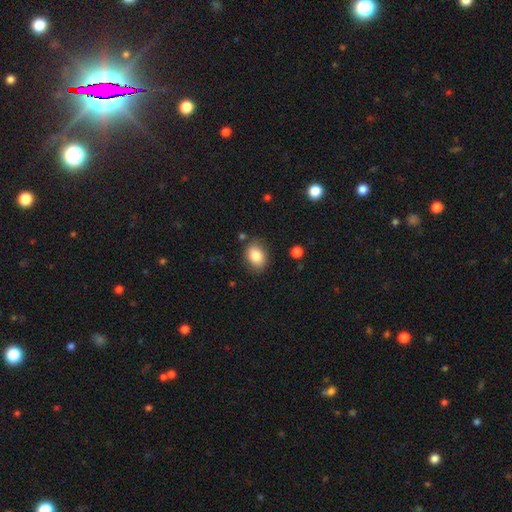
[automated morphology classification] Smooth or featured? Predicted: smooth (p=0.84). How rounded? Predicted: in between (p=0.72). Merging? Predicted: none (p=0.80).